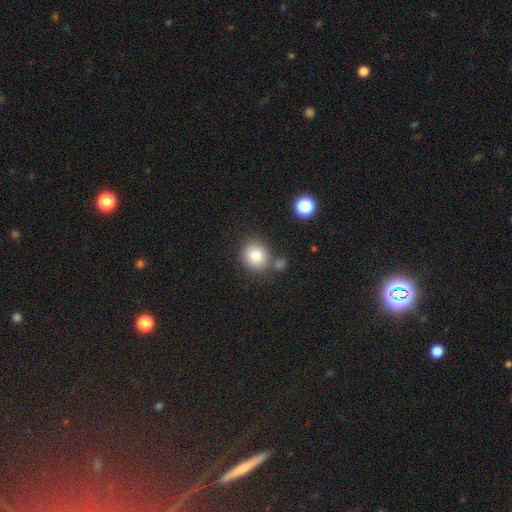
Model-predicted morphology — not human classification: smooth_or_featured: smooth (p=0.81) [alt: star or artifact p=0.10]
how_rounded: round (p=0.85) [alt: in between p=0.15]
merging: none (p=0.73) [alt: merger p=0.12]